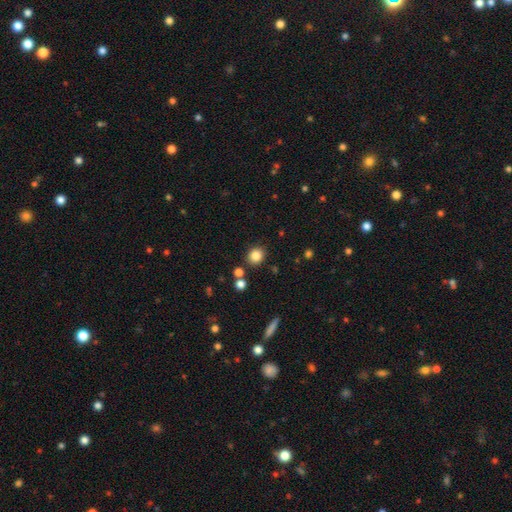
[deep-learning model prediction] smooth_or_featured: smooth (p=0.84) [alt: star or artifact p=0.11]
how_rounded: round (p=0.78) [alt: in between p=0.21]
merging: none (p=0.84) [alt: minor disturbance p=0.08]